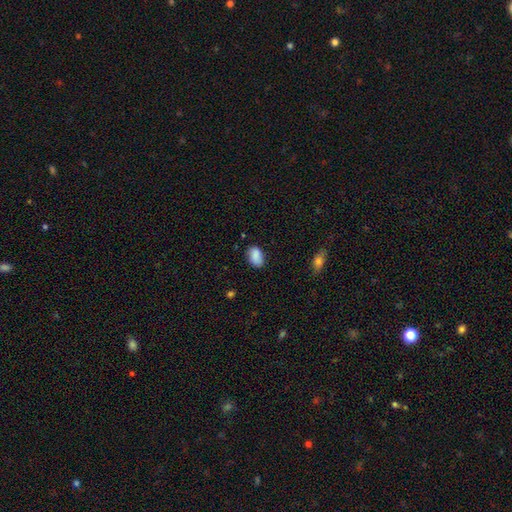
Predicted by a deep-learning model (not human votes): smooth_or_featured: smooth (p=0.88) [alt: star or artifact p=0.07]
how_rounded: in between (p=0.90) [alt: round p=0.09]
merging: none (p=0.76) [alt: minor disturbance p=0.19]